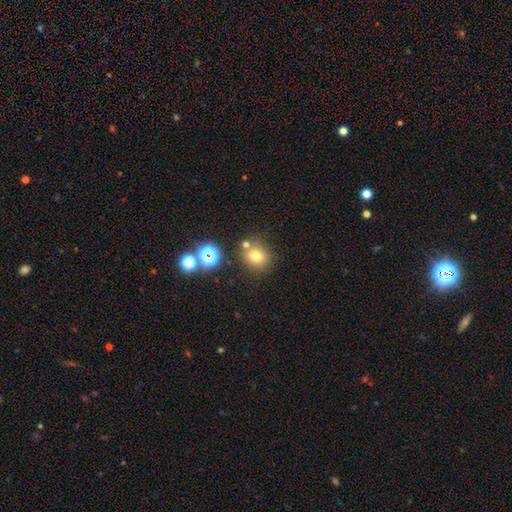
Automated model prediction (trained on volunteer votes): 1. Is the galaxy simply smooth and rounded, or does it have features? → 73% smooth, 17% star or artifact, 10% featured or disk.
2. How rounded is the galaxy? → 78% round, 21% in between, 1% cigar-shaped.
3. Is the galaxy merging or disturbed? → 73% none, 12% merger, 11% minor disturbance, 4% major disturbance.